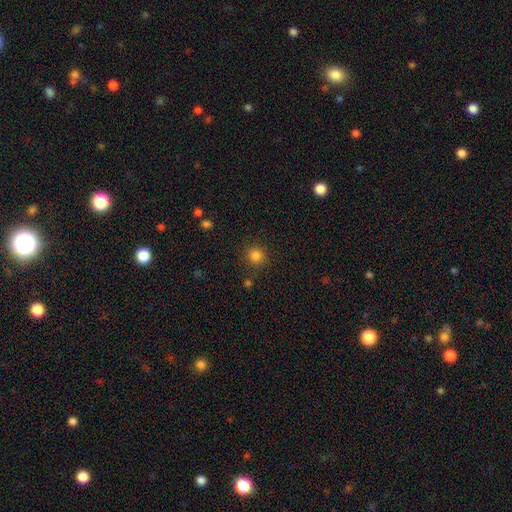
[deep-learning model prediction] Smooth or featured? Predicted: smooth (p=0.83). How rounded? Predicted: round (p=0.91). Merging? Predicted: none (p=0.85).